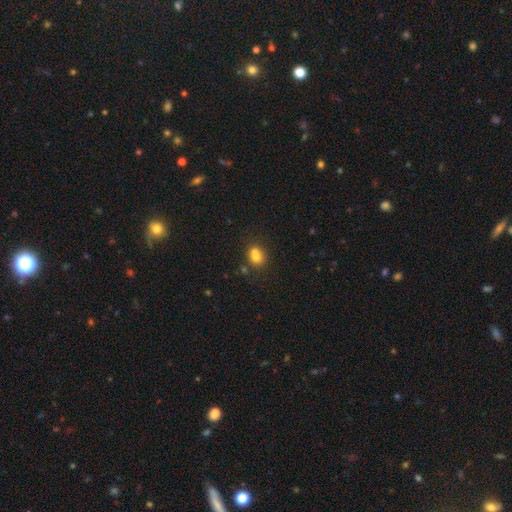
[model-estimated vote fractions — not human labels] Smooth or featured?
  - smooth: 74% *
  - featured or disk: 14%
  - star or artifact: 12%
How rounded?
  - round: 54% *
  - in between: 45%
  - cigar-shaped: 1%
Merging?
  - none: 42% * (tied)
  - merger: 42% * (tied)
  - minor disturbance: 12%
  - major disturbance: 4%